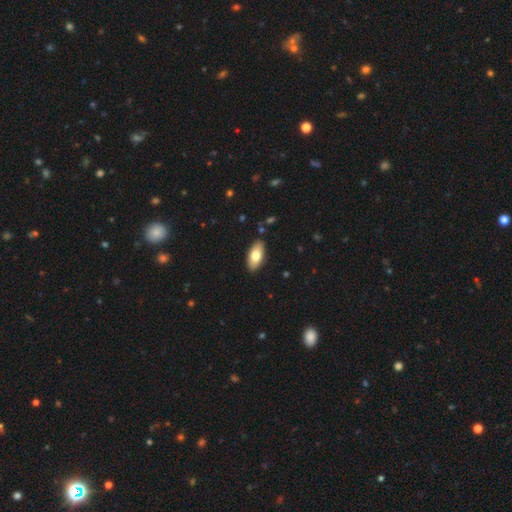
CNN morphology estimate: Q: Smooth or featured?
A: smooth (75%); runner-up: featured or disk (19%)
Q: How rounded?
A: in between (90%); runner-up: cigar-shaped (7%)
Q: Merging?
A: none (88%); runner-up: minor disturbance (9%)